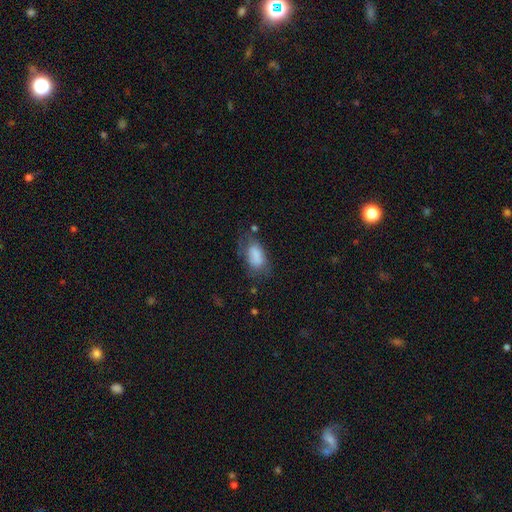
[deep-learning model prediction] smooth 76%, featured or disk 16%, star or artifact 8%. Down the decision tree: how rounded — in between (91%); merging — none (43%).